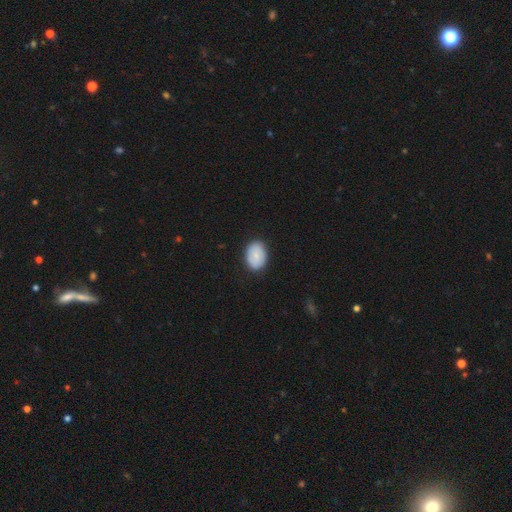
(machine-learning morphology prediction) Smooth or featured? Predicted: smooth (p=0.83). How rounded? Predicted: in between (p=0.81). Merging? Predicted: none (p=0.86).